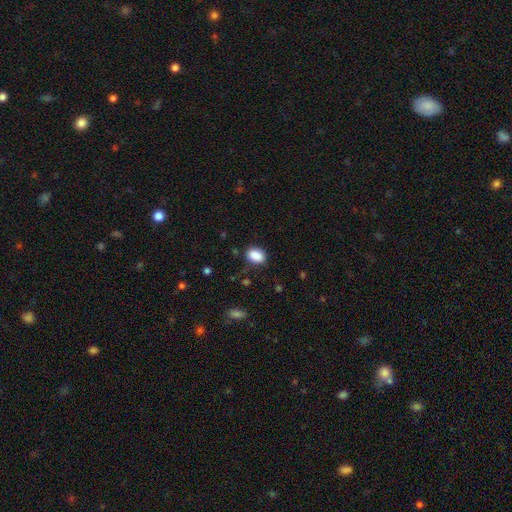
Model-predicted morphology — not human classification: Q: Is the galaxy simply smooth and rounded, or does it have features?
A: smooth — 87%.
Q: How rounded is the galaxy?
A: in between — 81%.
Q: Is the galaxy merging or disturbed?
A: none — 78%.